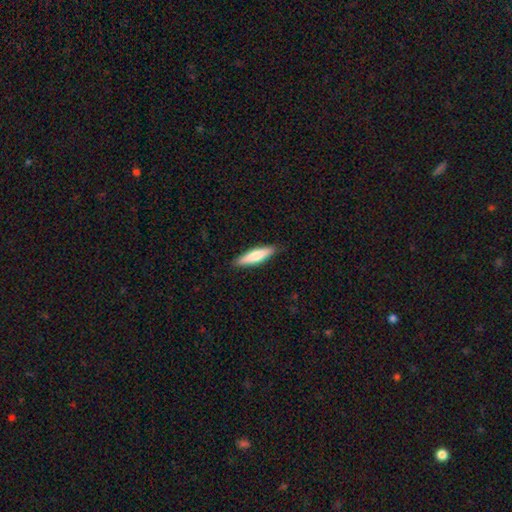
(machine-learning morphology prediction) smooth-or-featured: smooth: 70% | featured or disk: 24% | star or artifact: 5%
  how-rounded: cigar-shaped: 77% | in between: 21% | round: 1%
  merging: none: 89% | minor disturbance: 8% | major disturbance: 2% | merger: 1%